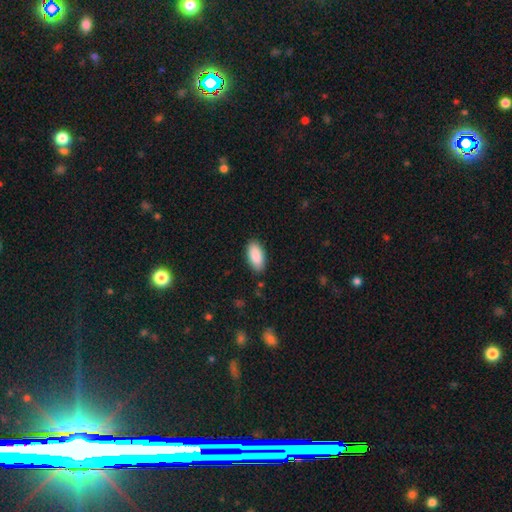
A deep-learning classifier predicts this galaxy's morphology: The model was most divided on "merging": none: 87%, minor disturbance: 10%, major disturbance: 2%, merger: 1%. More confident: how rounded — in between (92%); smooth or featured — smooth (90%).